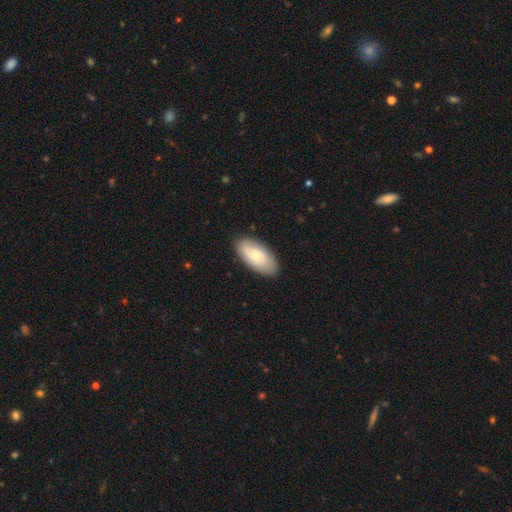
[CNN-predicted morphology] A smooth galaxy with no disk features (68%) that is in between round and cigar-shaped (93%).

Vote fractions:
- Smooth or featured? smooth: 68% / featured or disk: 26% / star or artifact: 6%
- How rounded? in between: 93% / cigar-shaped: 4% / round: 2%
- Merging? none: 85% / minor disturbance: 12% / major disturbance: 3% / merger: 1%